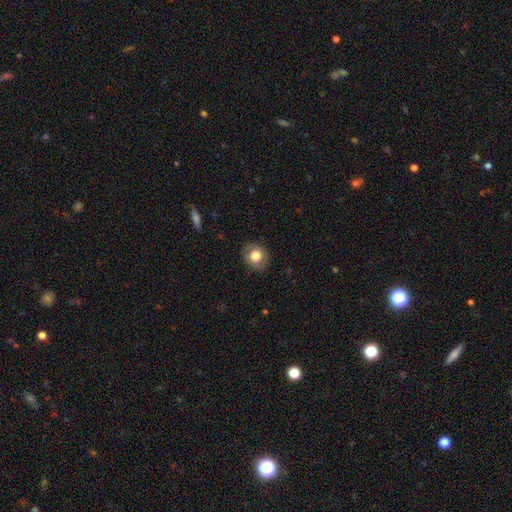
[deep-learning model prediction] Morphology: type=smooth (73%); roundness=round (80%); merging=none (84%).